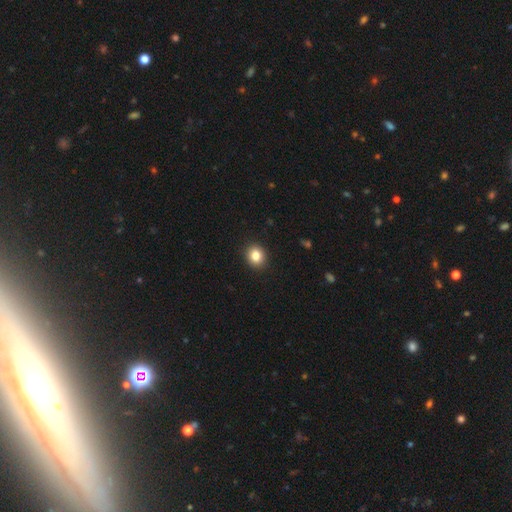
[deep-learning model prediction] smooth_or_featured: smooth (p=0.83) [alt: star or artifact p=0.10]
how_rounded: round (p=0.73) [alt: in between p=0.26]
merging: none (p=0.92) [alt: minor disturbance p=0.06]